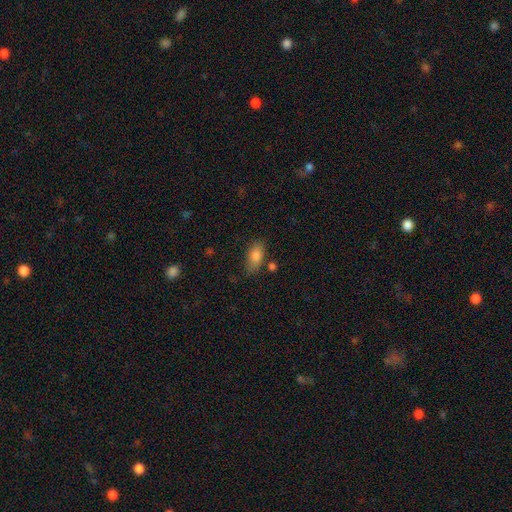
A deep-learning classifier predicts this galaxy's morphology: A smooth galaxy with no disk features (81%) that is in between round and cigar-shaped (88%).

Vote fractions:
- Smooth or featured? smooth: 81% / featured or disk: 10% / star or artifact: 8%
- How rounded? in between: 88% / cigar-shaped: 7% / round: 5%
- Merging? none: 73% / minor disturbance: 17% / merger: 6% / major disturbance: 4%